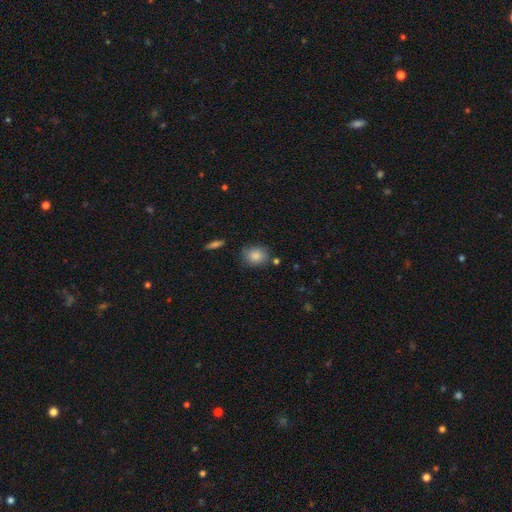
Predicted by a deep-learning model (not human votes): Q: Smooth or featured?
A: smooth (85%); runner-up: star or artifact (8%)
Q: How rounded?
A: round (57%); runner-up: in between (42%)
Q: Merging?
A: none (71%); runner-up: minor disturbance (19%)